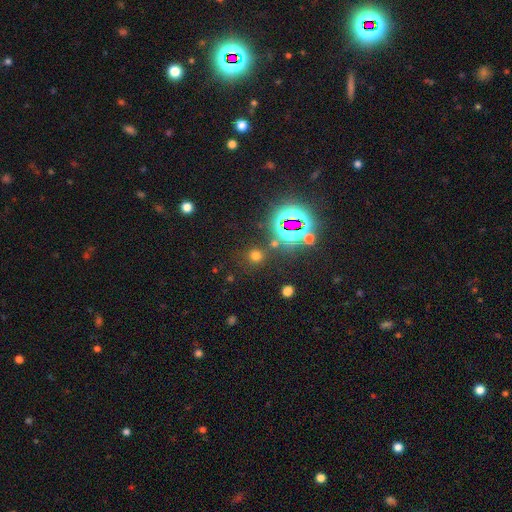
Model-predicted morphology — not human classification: The model was most divided on "smooth or featured": smooth: 60%, star or artifact: 33%, featured or disk: 7%. More confident: how rounded — round (90%); merging — none (82%).